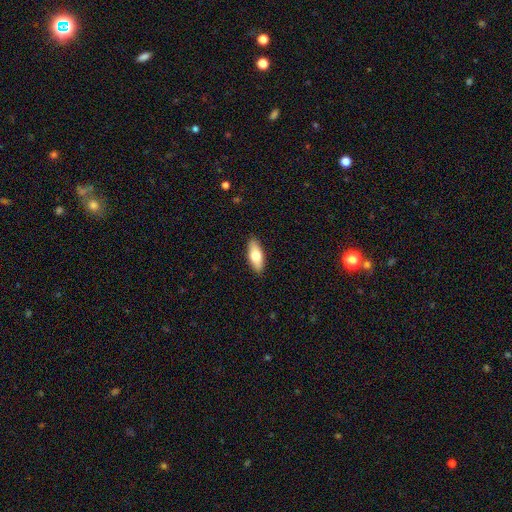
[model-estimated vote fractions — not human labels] Smooth or featured? Predicted: smooth (p=0.69). How rounded? Predicted: in between (p=0.72). Merging? Predicted: none (p=0.89).